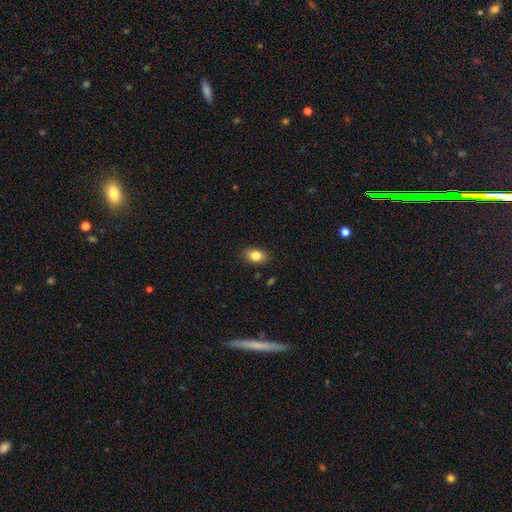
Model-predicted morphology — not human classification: type=smooth (83%); roundness=in between (84%); merging=none (87%).